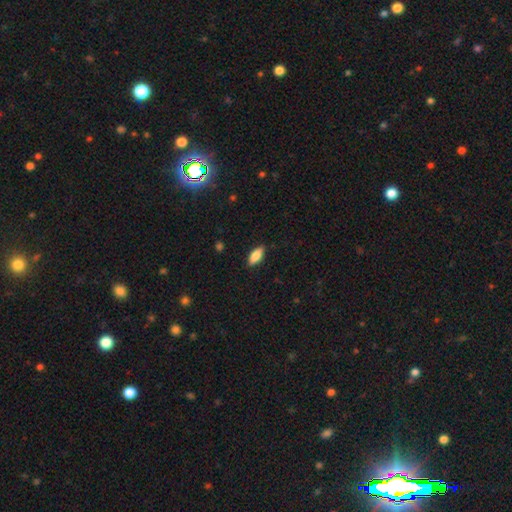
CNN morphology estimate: The model was most divided on "how rounded": in between: 80%, cigar-shaped: 17%, round: 2%. More confident: merging — none (86%); smooth or featured — smooth (85%).